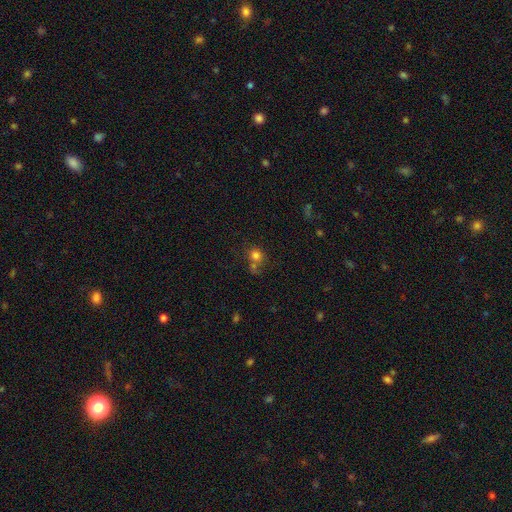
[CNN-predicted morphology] type=smooth (76%); roundness=round (79%); merging=none (55%).